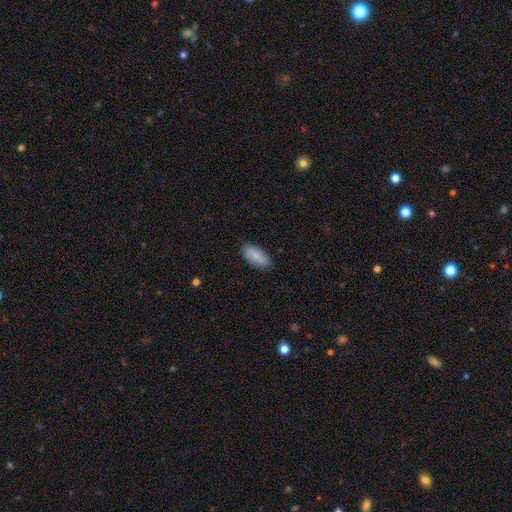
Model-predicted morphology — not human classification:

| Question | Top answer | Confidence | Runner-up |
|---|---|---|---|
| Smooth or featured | smooth | 85% | featured or disk (9%) |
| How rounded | in between | 84% | cigar-shaped (14%) |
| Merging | none | 86% | minor disturbance (11%) |